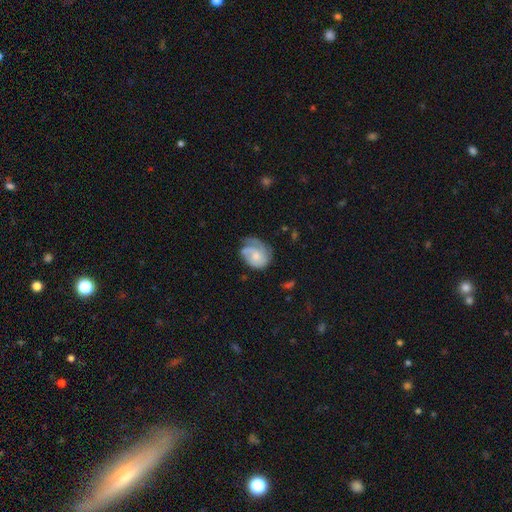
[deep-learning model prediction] The model was most divided on "spiral arm count": 2: 29%, 1: 26%, can't tell: 24%, 3: 15%, 4: 3%, more than 4: 3%. Remaining: edge-on disk — no (98%); spiral arms — yes (88%); bar — no (73%); smooth or featured — featured or disk (68%); spiral winding — tight (51%); merging — none (48%); bulge size — small (48%).